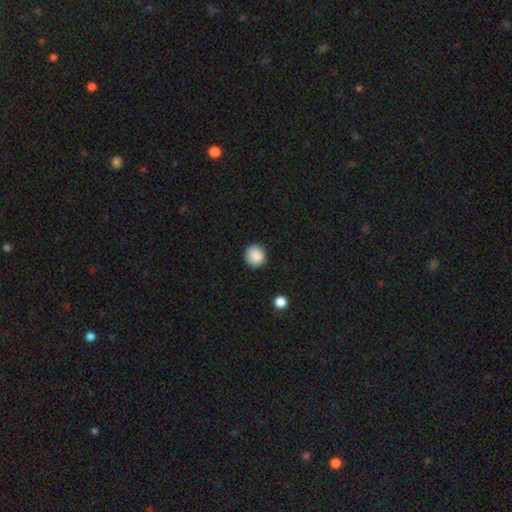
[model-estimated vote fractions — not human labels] This appears to be a smooth galaxy with no disk features (88%) that is round (91%). Merging: none (89%).